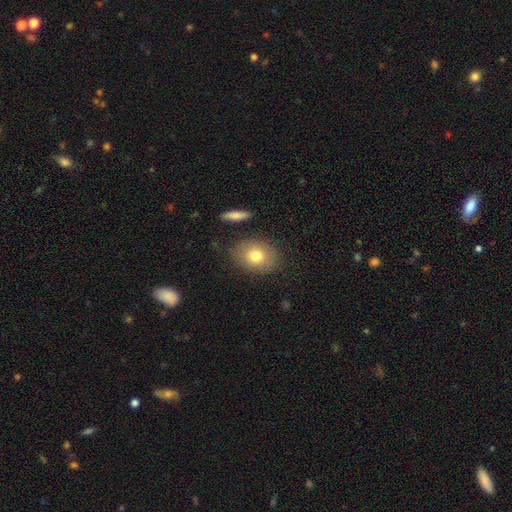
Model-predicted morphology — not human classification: type=smooth (76%); roundness=in between (62%); merging=none (83%).